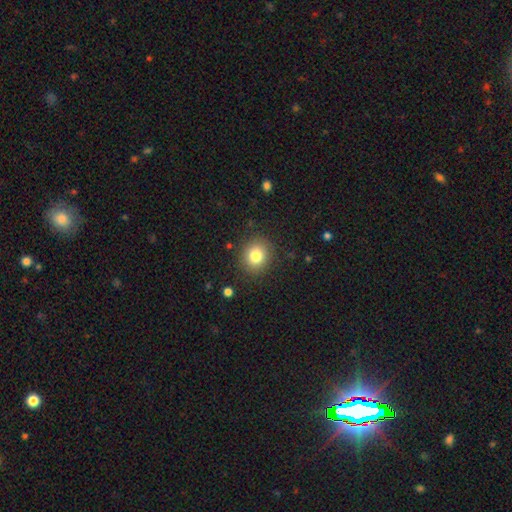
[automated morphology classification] Overall: smooth (81%). How rounded: round (81%). Merging: none (88%).